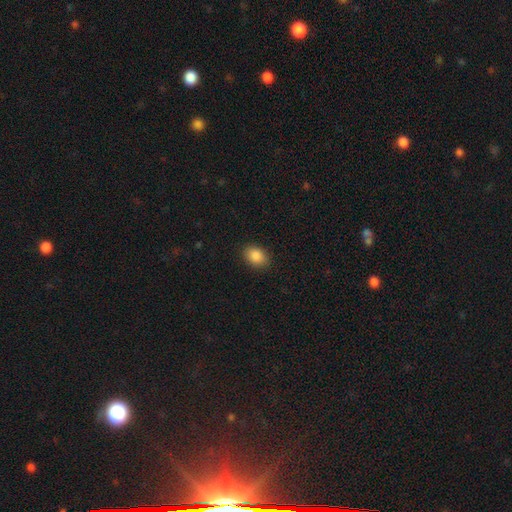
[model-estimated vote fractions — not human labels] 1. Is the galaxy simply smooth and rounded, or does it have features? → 87% smooth, 8% star or artifact, 4% featured or disk.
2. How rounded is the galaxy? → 72% in between, 27% round, 1% cigar-shaped.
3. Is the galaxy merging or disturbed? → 88% none, 8% minor disturbance, 2% major disturbance, 1% merger.